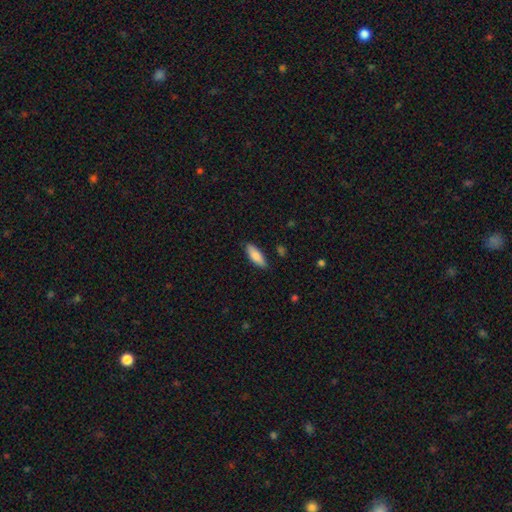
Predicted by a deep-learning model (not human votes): Smooth or featured? smooth (83%)
How rounded? in between (66%)
Merging? none (85%)